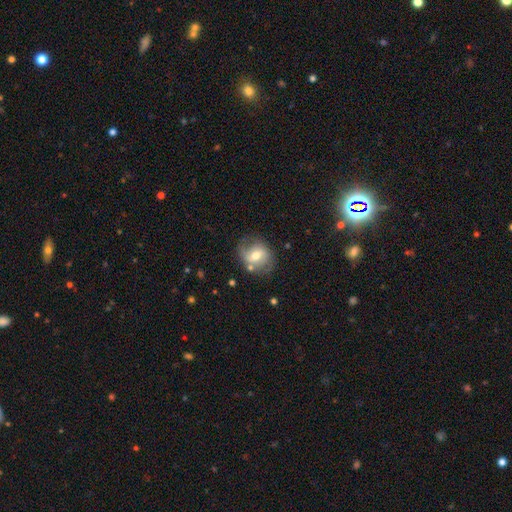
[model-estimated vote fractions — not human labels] smooth-or-featured: featured or disk: 52% | smooth: 40% | star or artifact: 8%
  disk-edge-on: no: 96% | yes: 4%
  merging: none: 63% | minor disturbance: 22% | major disturbance: 10% | merger: 6%